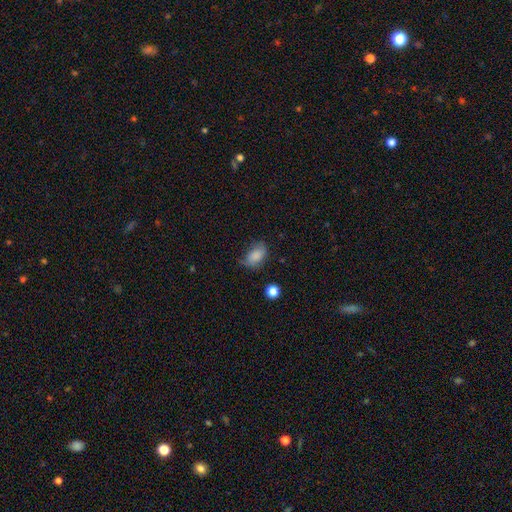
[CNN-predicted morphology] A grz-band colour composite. It shows a smooth galaxy with no disk features (81%) that is in between round and cigar-shaped (86%). Merging: none (53%).